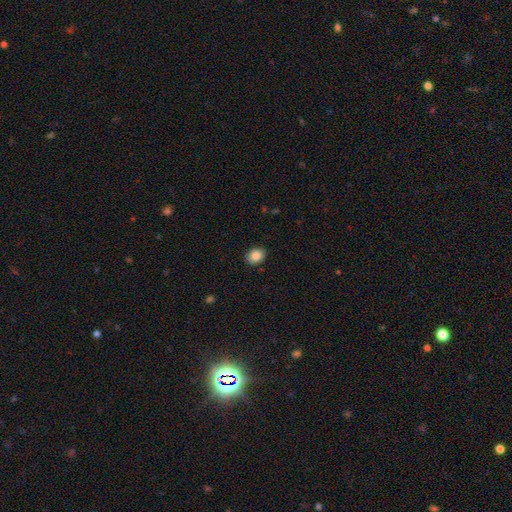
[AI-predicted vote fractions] smooth-or-featured: smooth: 86% | star or artifact: 8% | featured or disk: 6%
  how-rounded: in between: 55% | round: 44% | cigar-shaped: 1%
  merging: none: 88% | minor disturbance: 9% | major disturbance: 2% | merger: 1%